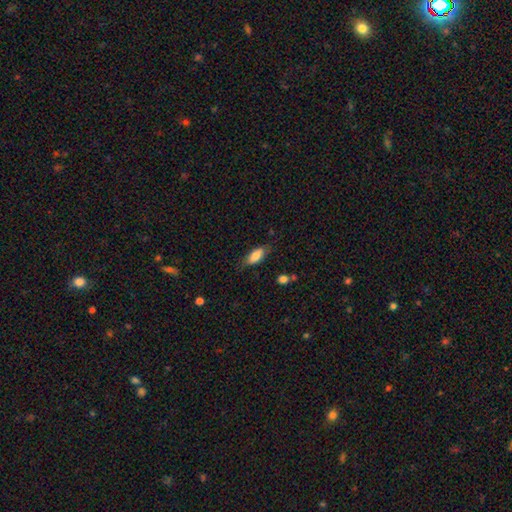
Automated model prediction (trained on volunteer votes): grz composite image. It shows a smooth galaxy with no disk features (80%) that is in between round and cigar-shaped (81%). Merging: none (72%).